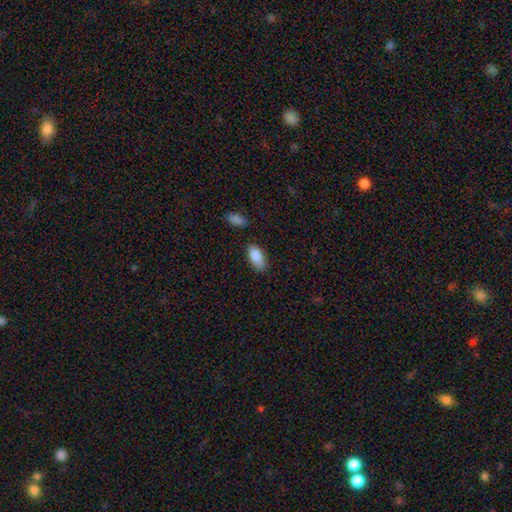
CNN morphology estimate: smooth 88%, star or artifact 7%, featured or disk 6%. Down the decision tree: how rounded — in between (91%); merging — none (77%).